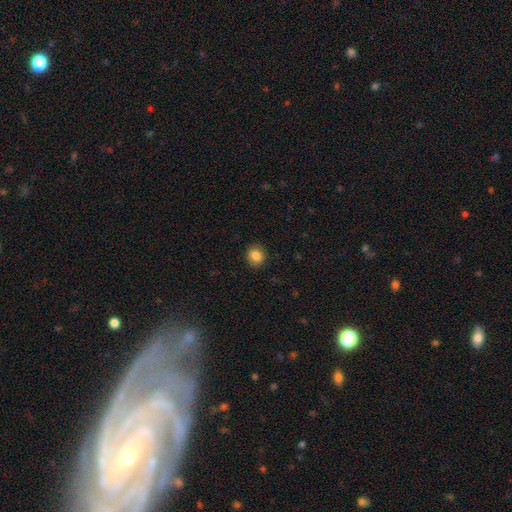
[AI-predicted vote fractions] A smooth galaxy with no disk features (85%) that is round (72%). Merging: none (89%).